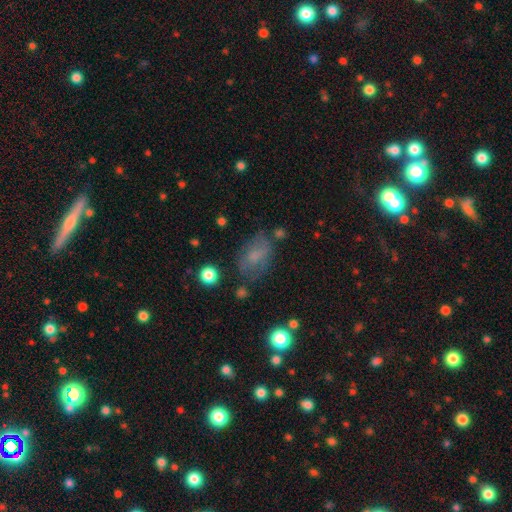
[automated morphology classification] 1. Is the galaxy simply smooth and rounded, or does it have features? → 60% smooth, 28% featured or disk, 12% star or artifact.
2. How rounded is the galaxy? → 85% in between, 12% round, 2% cigar-shaped.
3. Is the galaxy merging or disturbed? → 60% none, 24% minor disturbance, 12% major disturbance, 4% merger.